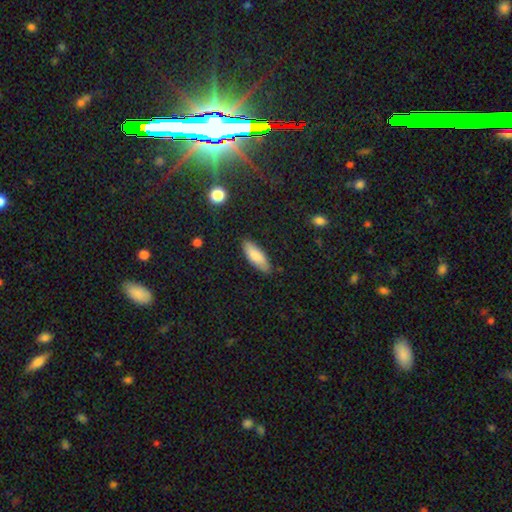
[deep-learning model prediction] Q: Smooth or featured?
A: smooth (83%); runner-up: featured or disk (11%)
Q: How rounded?
A: in between (66%); runner-up: cigar-shaped (32%)
Q: Merging?
A: none (85%); runner-up: minor disturbance (11%)